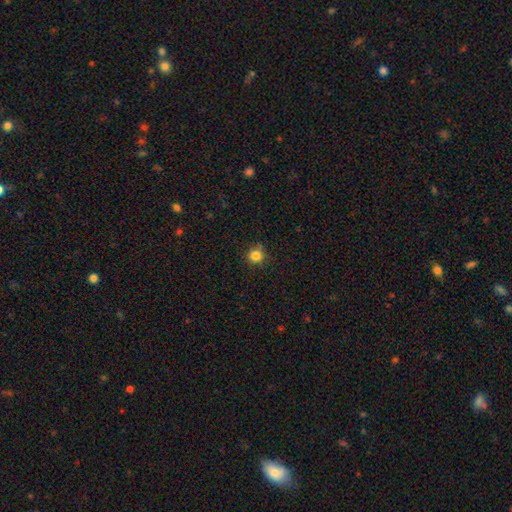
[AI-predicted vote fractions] A smooth galaxy with no disk features (83%) that is round (93%). Merging: none (84%).